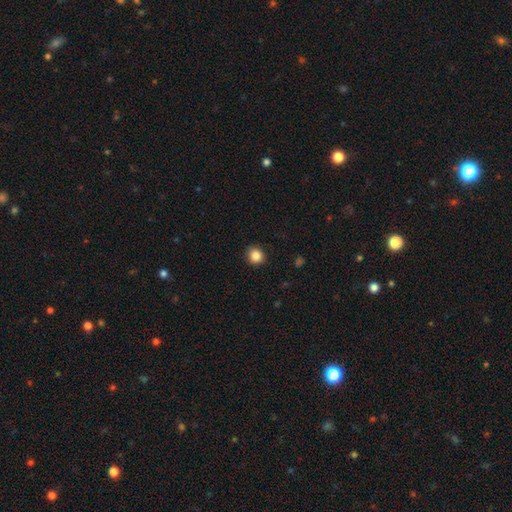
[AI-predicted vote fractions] smooth-or-featured: smooth: 86% | star or artifact: 10% | featured or disk: 4%
  how-rounded: round: 84% | in between: 15% | cigar-shaped: 1%
  merging: none: 90% | minor disturbance: 7% | major disturbance: 2% | merger: 1%